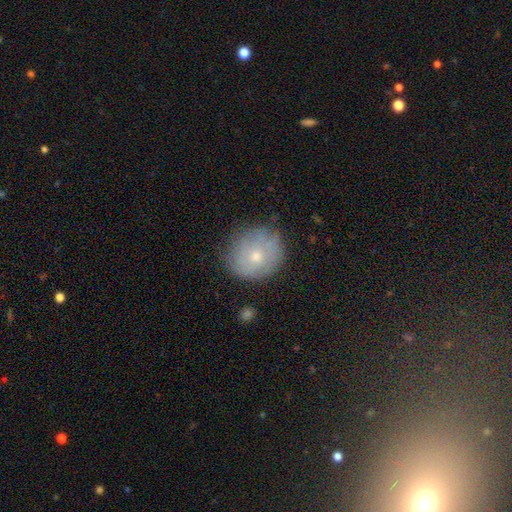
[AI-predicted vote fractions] Smooth or featured?
  - smooth: 61% *
  - featured or disk: 30%
  - star or artifact: 9%
How rounded?
  - round: 85% *
  - in between: 14%
  - cigar-shaped: 1%
Merging?
  - none: 71% *
  - minor disturbance: 21%
  - major disturbance: 6%
  - merger: 2%